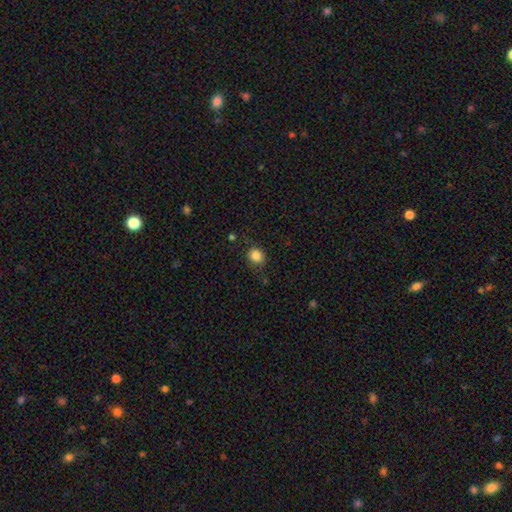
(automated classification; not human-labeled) Morphology: type=smooth (85%); roundness=round (73%); merging=none (82%).